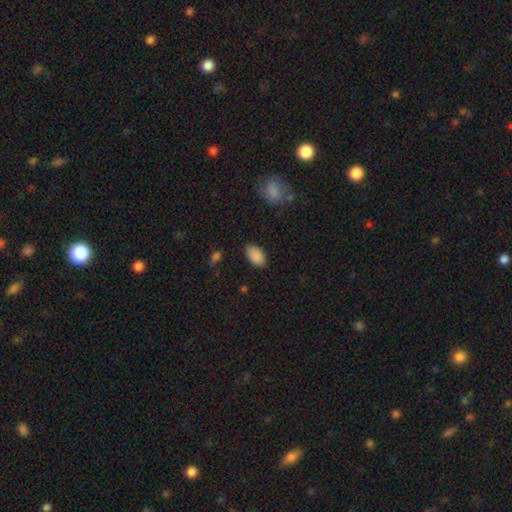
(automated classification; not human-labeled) A smooth galaxy with no disk features (89%) that is in between round and cigar-shaped (93%).

Vote fractions:
- Smooth or featured? smooth: 89% / star or artifact: 7% / featured or disk: 4%
- How rounded? in between: 93% / round: 6% / cigar-shaped: 1%
- Merging? none: 83% / minor disturbance: 13% / major disturbance: 3% / merger: 1%